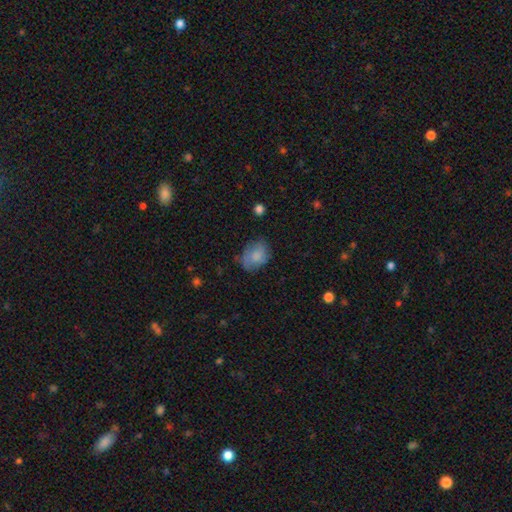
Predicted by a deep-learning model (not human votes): Smooth or featured? smooth (75%)
How rounded? in between (67%)
Merging? none (61%)